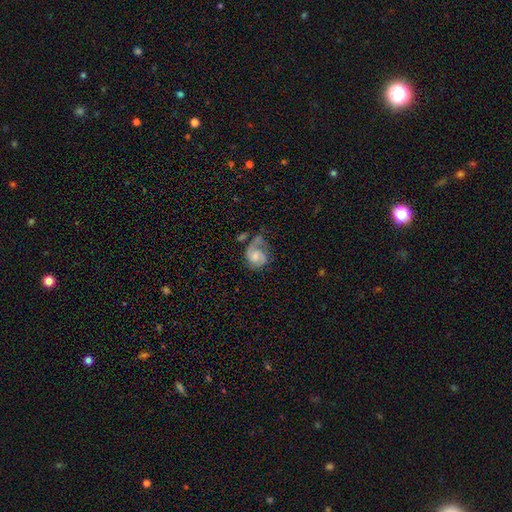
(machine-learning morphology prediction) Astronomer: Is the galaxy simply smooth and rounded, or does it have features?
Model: featured or disk — 71%.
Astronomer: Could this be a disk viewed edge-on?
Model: no — 98%.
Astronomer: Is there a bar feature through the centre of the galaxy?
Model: no — 62%.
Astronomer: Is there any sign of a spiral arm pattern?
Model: yes — 92%.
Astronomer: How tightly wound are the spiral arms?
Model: medium — 45% (runner-up: tight, 32%).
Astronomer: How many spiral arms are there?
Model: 2 — 67%.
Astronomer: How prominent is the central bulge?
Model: moderate — 41% (runner-up: small, 37%).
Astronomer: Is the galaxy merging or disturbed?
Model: none — 39% (runner-up: major disturbance, 27%).